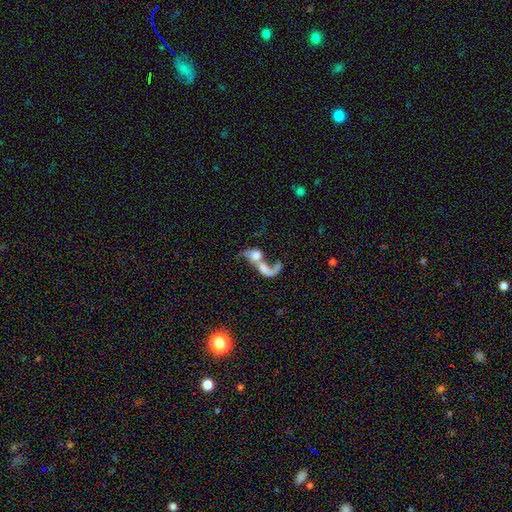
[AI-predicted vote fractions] Overall: featured or disk (53%; smooth 37%). Edge-on disk: no (94%). Merging: merger (72%).